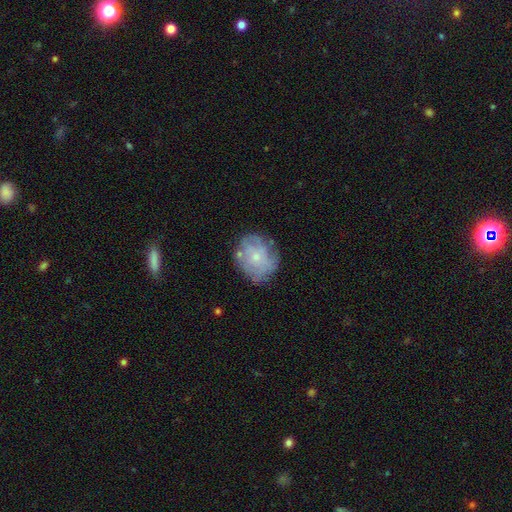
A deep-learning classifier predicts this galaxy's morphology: Smooth or featured: featured or disk — 54% (smooth — 37%)
Edge-on disk: no — 97% (yes — 3%)
Bar: no — 86% (weak — 12%)
Spiral arms: yes — 52% (no — 48%)
Bulge size: small — 72% (moderate — 23%)
Merging: none — 65% (minor disturbance — 22%)